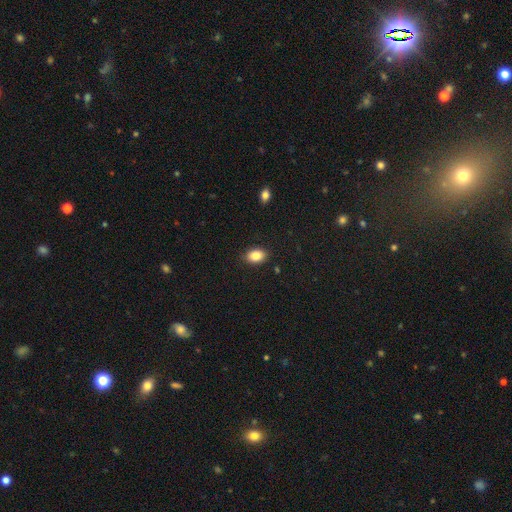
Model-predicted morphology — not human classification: A smooth galaxy with no disk features (86%) that is in between round and cigar-shaped (82%). Merging: none (88%).